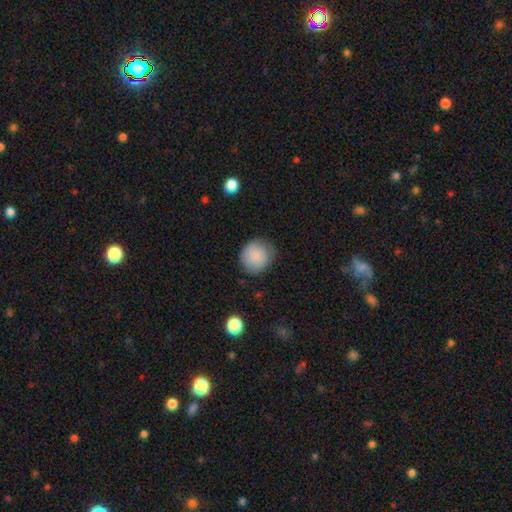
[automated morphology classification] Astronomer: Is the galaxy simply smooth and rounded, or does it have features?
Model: smooth — 86%.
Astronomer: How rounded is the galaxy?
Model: round — 85%.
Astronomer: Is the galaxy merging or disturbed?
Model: none — 75%.